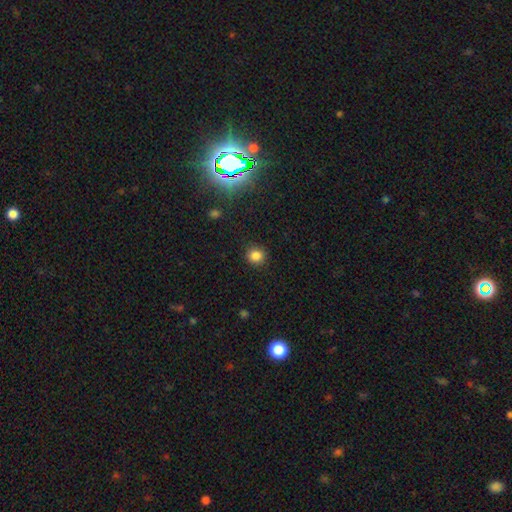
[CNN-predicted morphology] The model was most divided on "smooth or featured": smooth: 83%, star or artifact: 13%, featured or disk: 4%. More confident: merging — none (88%); how rounded — round (86%).